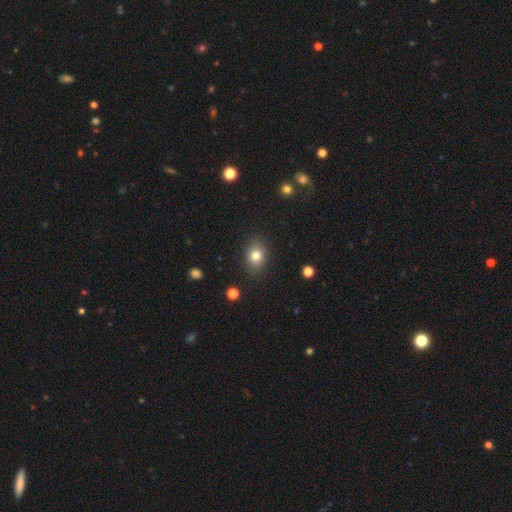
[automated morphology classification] Q: Smooth or featured?
A: smooth (79%); runner-up: star or artifact (11%)
Q: How rounded?
A: in between (58%); runner-up: round (40%)
Q: Merging?
A: none (87%); runner-up: minor disturbance (9%)